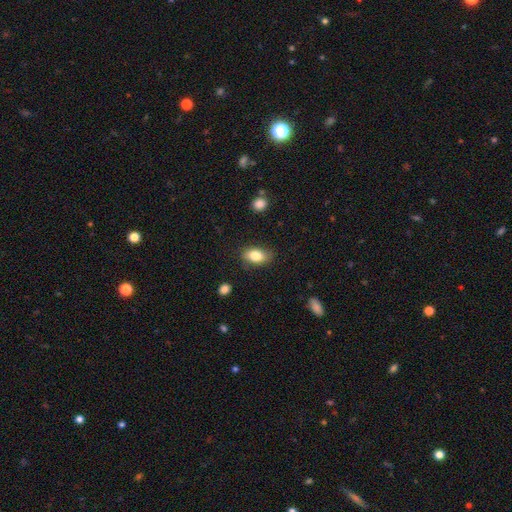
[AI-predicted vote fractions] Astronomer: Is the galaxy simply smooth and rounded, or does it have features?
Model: smooth — 82%.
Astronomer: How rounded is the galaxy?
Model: in between — 89%.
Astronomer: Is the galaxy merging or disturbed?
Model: none — 81%.